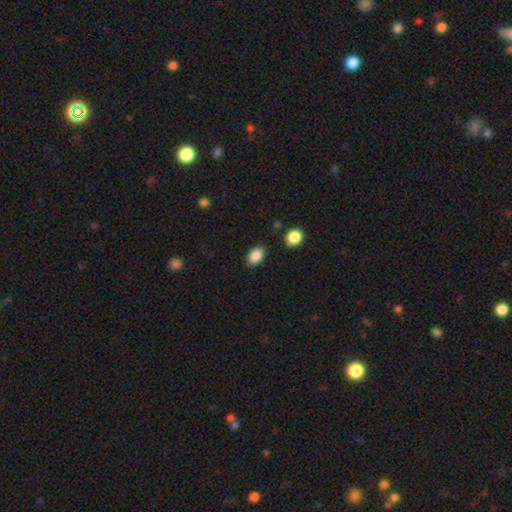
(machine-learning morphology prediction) smooth 87%, star or artifact 8%, featured or disk 5%. Down the decision tree: how rounded — in between (87%); merging — none (82%).